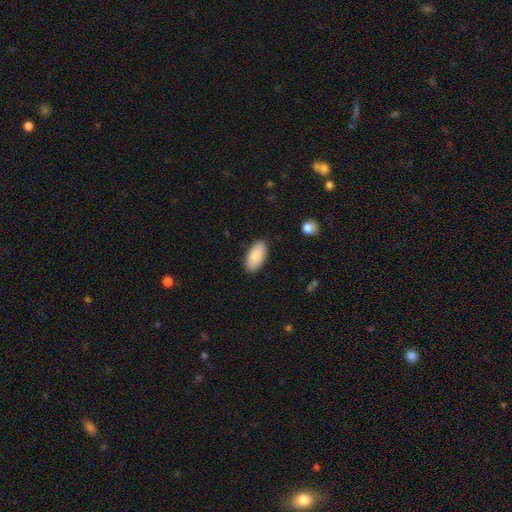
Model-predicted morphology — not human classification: smooth_or_featured: smooth (p=0.86) [alt: featured or disk p=0.08]
how_rounded: in between (p=0.94) [alt: cigar-shaped p=0.04]
merging: none (p=0.88) [alt: minor disturbance p=0.09]